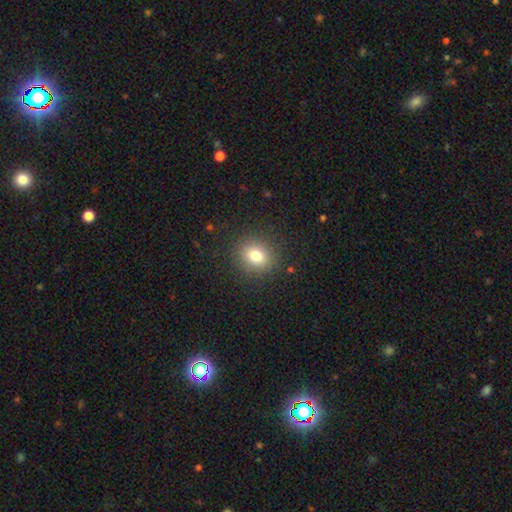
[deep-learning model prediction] smooth-or-featured: smooth: 78% | star or artifact: 13% | featured or disk: 9%
  how-rounded: round: 69% | in between: 29% | cigar-shaped: 1%
  merging: none: 88% | minor disturbance: 8% | major disturbance: 3% | merger: 1%